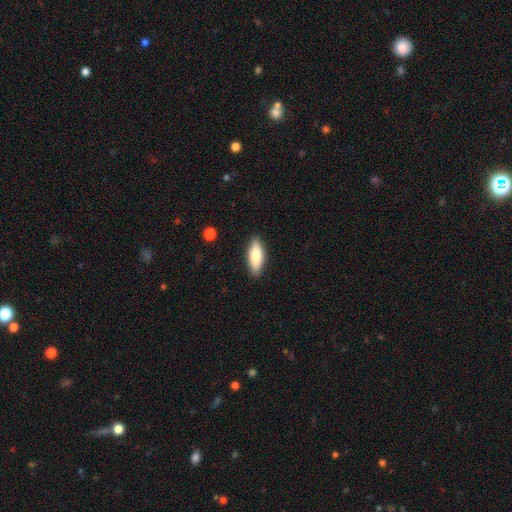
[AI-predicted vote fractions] Smooth or featured? smooth (79%)
How rounded? in between (61%)
Merging? none (88%)